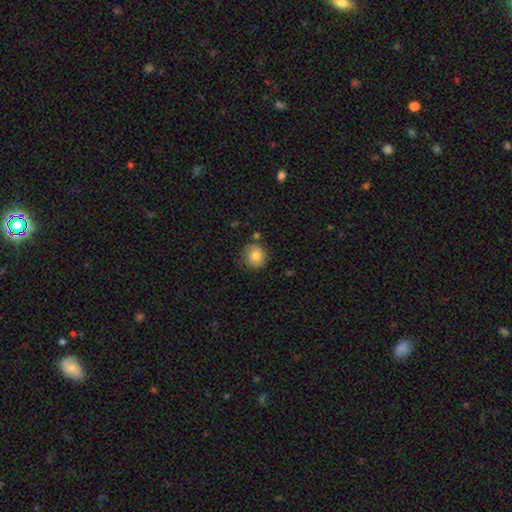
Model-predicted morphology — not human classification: The model was most divided on "merging": none: 78%, minor disturbance: 15%, merger: 4%, major disturbance: 3%. More confident: how rounded — round (88%); smooth or featured — smooth (81%).